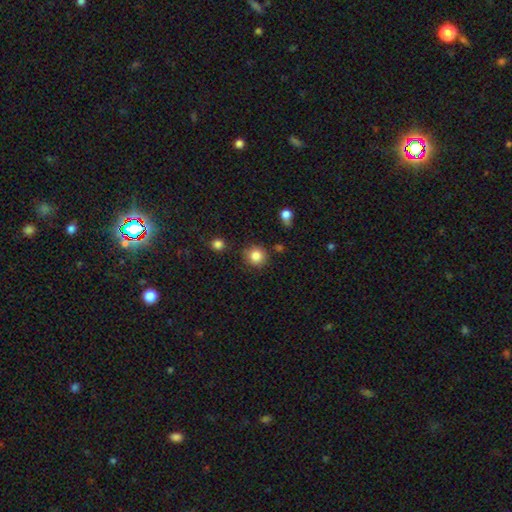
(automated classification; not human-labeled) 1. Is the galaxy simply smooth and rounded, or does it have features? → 85% smooth, 10% star or artifact, 5% featured or disk.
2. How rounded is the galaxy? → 90% round, 9% in between, 1% cigar-shaped.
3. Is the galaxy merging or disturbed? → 84% none, 10% minor disturbance, 3% merger, 3% major disturbance.